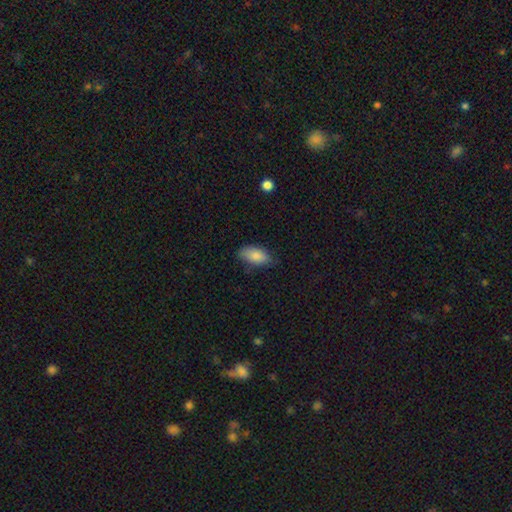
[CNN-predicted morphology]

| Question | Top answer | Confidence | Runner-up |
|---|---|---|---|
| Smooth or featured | smooth | 86% | featured or disk (8%) |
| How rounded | in between | 92% | cigar-shaped (4%) |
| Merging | none | 75% | minor disturbance (20%) |